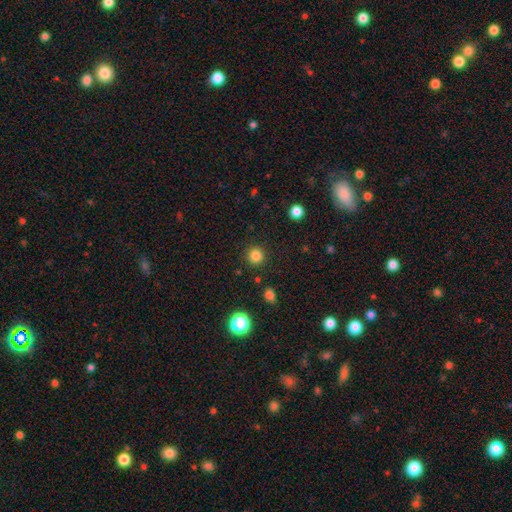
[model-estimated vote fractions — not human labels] The model was most divided on "smooth or featured": smooth: 83%, star or artifact: 13%, featured or disk: 4%. More confident: how rounded — round (93%); merging — none (90%).